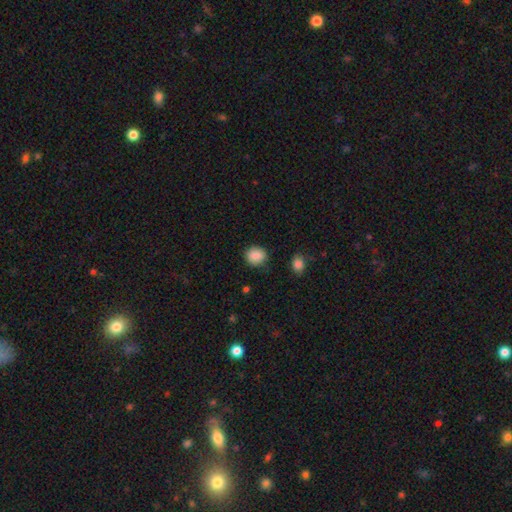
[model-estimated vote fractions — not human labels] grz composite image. It shows a smooth galaxy with no disk features (87%) that is round (80%). Merging: none (85%).